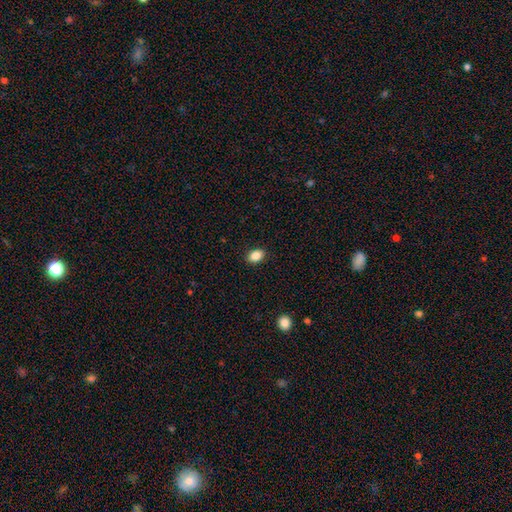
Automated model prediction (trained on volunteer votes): Smooth or featured? smooth (87%)
How rounded? in between (80%)
Merging? none (90%)